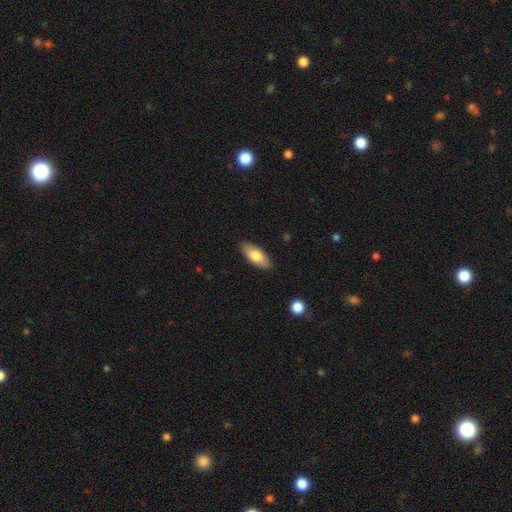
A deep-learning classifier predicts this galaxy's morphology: A smooth galaxy with no disk features (76%) that is in between round and cigar-shaped (84%). Merging: none (88%).